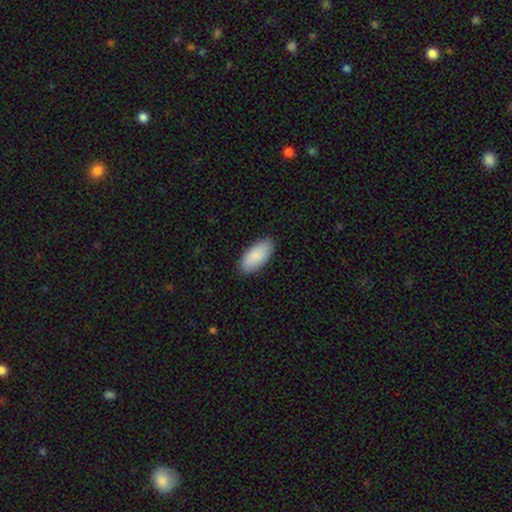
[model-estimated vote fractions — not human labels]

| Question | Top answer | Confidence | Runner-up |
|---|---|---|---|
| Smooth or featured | smooth | 89% | star or artifact (5%) |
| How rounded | in between | 92% | cigar-shaped (6%) |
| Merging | none | 88% | minor disturbance (10%) |